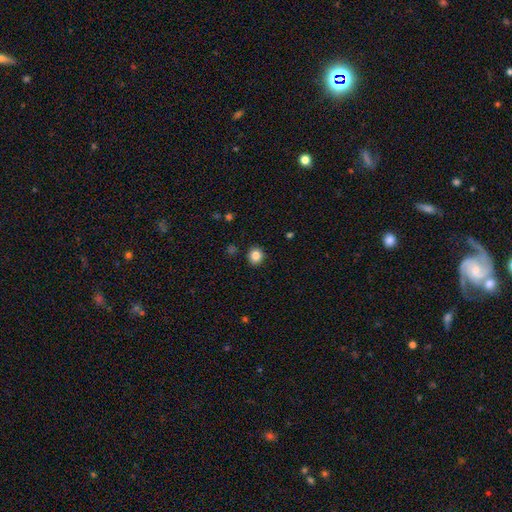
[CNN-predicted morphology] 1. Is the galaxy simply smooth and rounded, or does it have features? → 86% smooth, 10% star or artifact, 4% featured or disk.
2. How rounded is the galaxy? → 83% round, 16% in between, 1% cigar-shaped.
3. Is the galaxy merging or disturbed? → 90% none, 7% minor disturbance, 2% major disturbance, 2% merger.